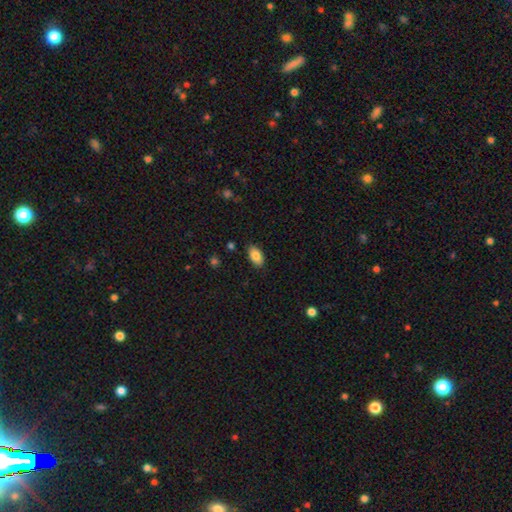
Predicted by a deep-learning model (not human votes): A smooth galaxy with no disk features (85%) that is in between round and cigar-shaped (93%). Merging: none (87%).